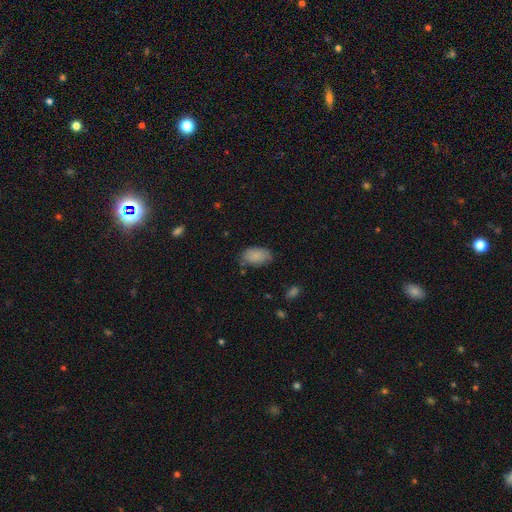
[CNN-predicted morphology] smooth_or_featured: smooth (p=0.86) [alt: star or artifact p=0.08]
how_rounded: in between (p=0.93) [alt: round p=0.05]
merging: none (p=0.72) [alt: minor disturbance p=0.21]